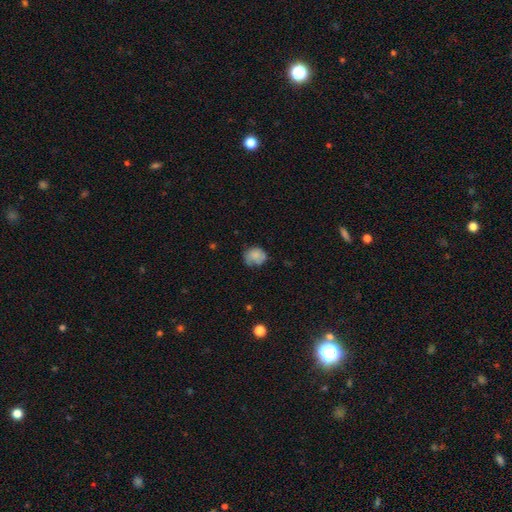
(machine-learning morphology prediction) Overall: smooth (71%). How rounded: round (63%; in between 36%). Merging: none (53%; minor disturbance 32%).